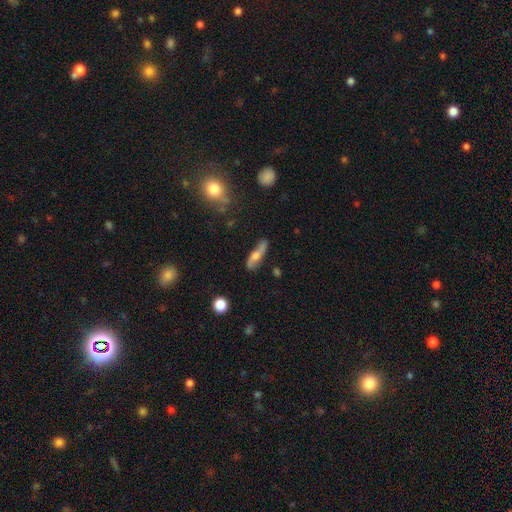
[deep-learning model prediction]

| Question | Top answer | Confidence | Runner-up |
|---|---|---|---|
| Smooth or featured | featured or disk | 53% | smooth (39%) |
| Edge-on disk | no | 56% | yes (44%) |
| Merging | none | 72% | minor disturbance (20%) |